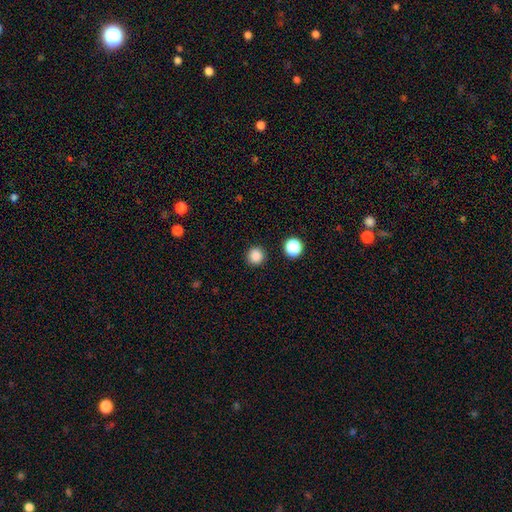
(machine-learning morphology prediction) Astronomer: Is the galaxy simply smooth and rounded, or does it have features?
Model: smooth — 86%.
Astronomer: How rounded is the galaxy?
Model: round — 93%.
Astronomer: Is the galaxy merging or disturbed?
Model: none — 91%.